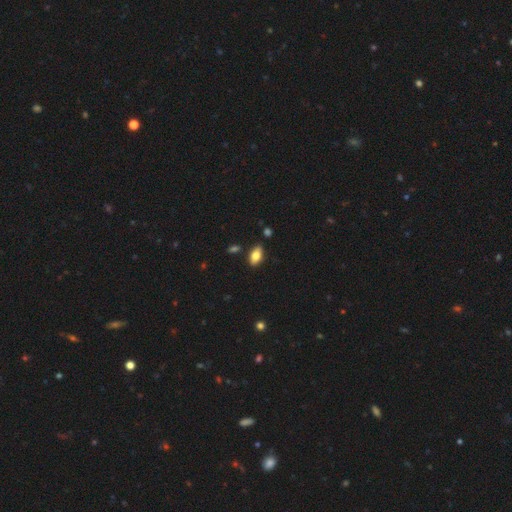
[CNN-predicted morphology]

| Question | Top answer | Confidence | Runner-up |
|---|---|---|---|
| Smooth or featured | smooth | 78% | featured or disk (15%) |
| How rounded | in between | 92% | cigar-shaped (5%) |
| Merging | none | 84% | minor disturbance (10%) |